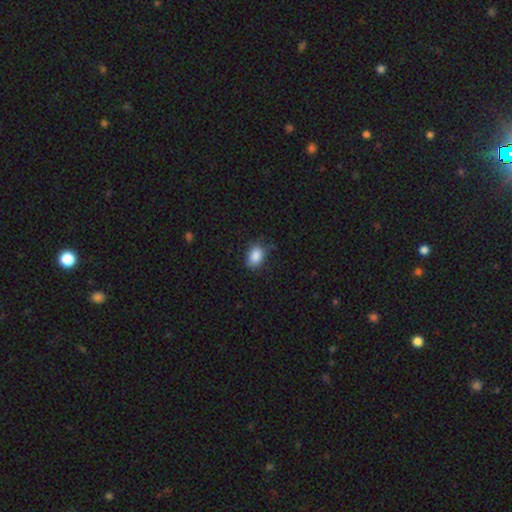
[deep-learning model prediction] Smooth or featured?
  - smooth: 87% *
  - star or artifact: 8%
  - featured or disk: 5%
How rounded?
  - in between: 82% *
  - round: 17%
  - cigar-shaped: 1%
Merging?
  - none: 69% *
  - minor disturbance: 24%
  - major disturbance: 6%
  - merger: 1%